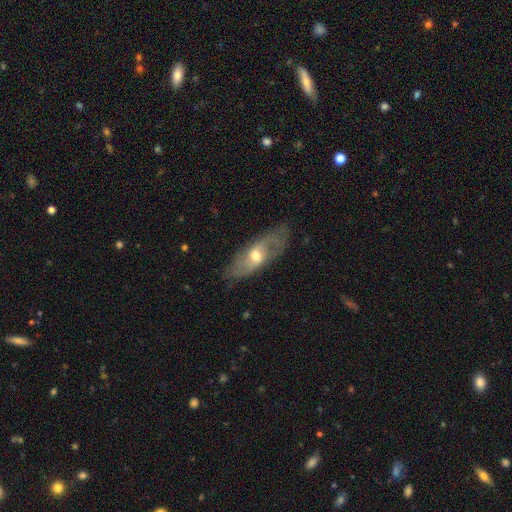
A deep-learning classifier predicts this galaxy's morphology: Overall: featured or disk (60%; smooth 34%). Edge-on disk: no (80%). Merging: none (74%).